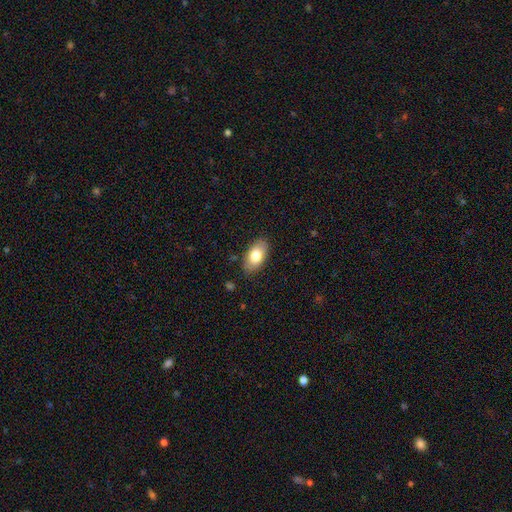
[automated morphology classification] This is likely a smooth galaxy (78%). How rounded: clearly in between (93%). Merging: clearly none (85%).